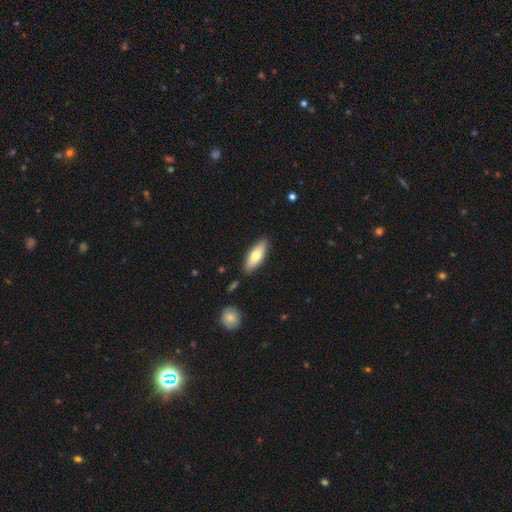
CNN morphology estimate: A smooth galaxy with no disk features (69%) that is in between round and cigar-shaped (62%). Merging: none (86%).